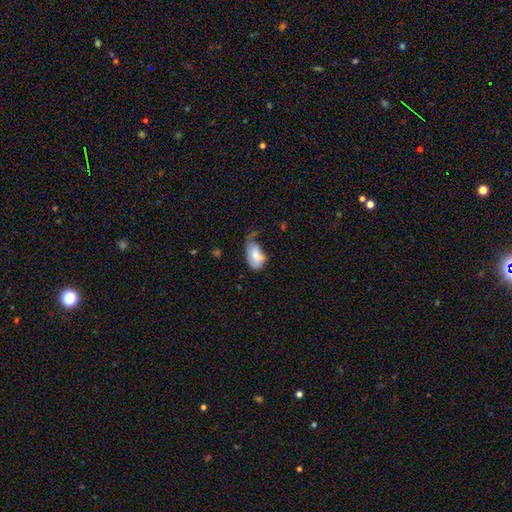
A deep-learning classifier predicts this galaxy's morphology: Overall: smooth (72%). How rounded: in between (92%). Merging: minor disturbance (36%; major disturbance 33%).